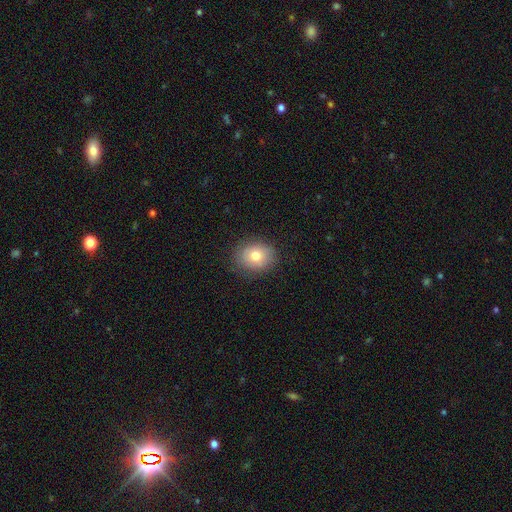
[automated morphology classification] type=smooth (76%); roundness=round (56%); merging=none (83%).